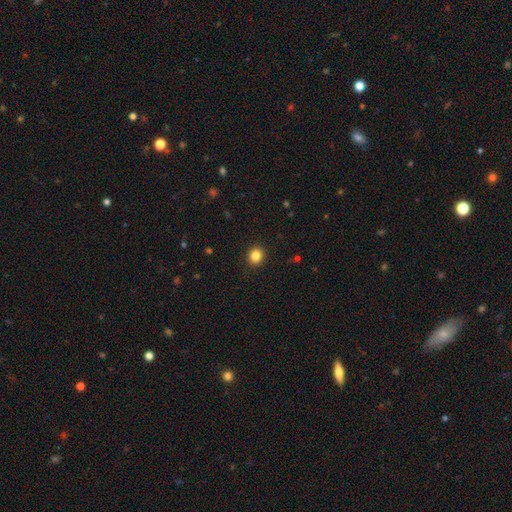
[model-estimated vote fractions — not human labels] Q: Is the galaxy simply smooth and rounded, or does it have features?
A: smooth — 84%.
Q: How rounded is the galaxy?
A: round — 81%.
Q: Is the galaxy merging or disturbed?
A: none — 91%.